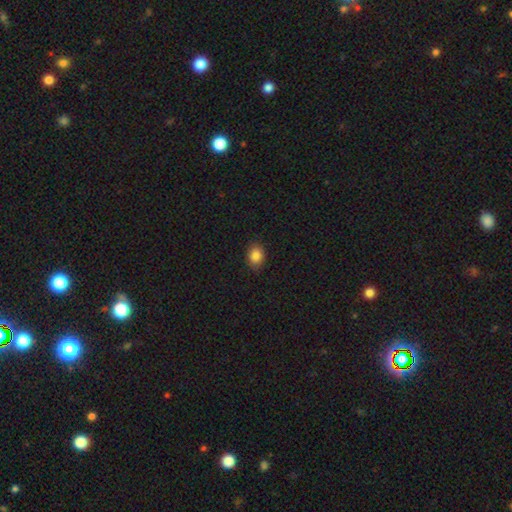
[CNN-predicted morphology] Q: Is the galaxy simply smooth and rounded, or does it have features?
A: smooth — 86%.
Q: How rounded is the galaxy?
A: in between — 64%.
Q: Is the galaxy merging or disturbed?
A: none — 86%.